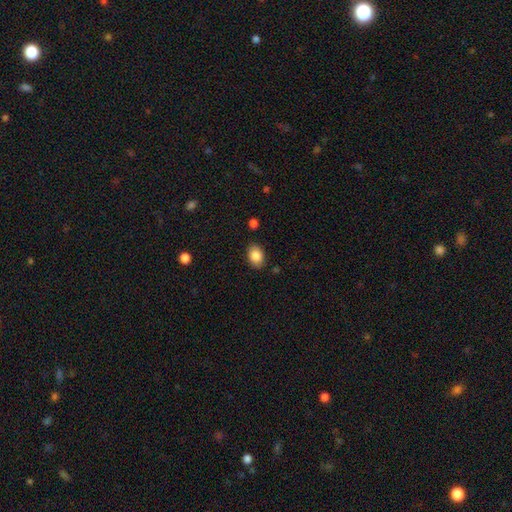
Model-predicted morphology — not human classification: The model was most divided on "how rounded": in between: 81%, round: 18%, cigar-shaped: 1%. More confident: smooth or featured — smooth (86%); merging — none (84%).